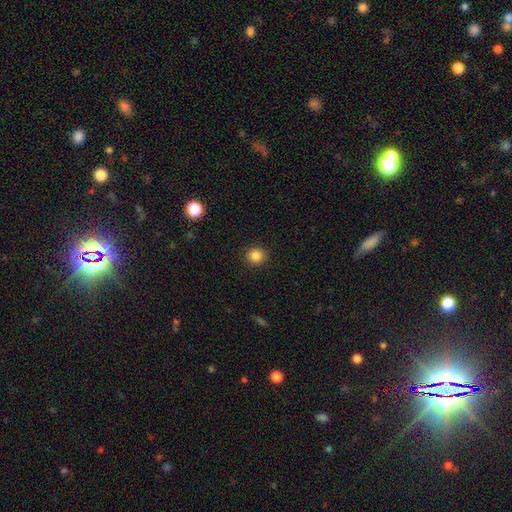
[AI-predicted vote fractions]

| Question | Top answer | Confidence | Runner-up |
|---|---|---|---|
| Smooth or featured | smooth | 84% | star or artifact (11%) |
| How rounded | round | 92% | in between (7%) |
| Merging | none | 92% | minor disturbance (5%) |